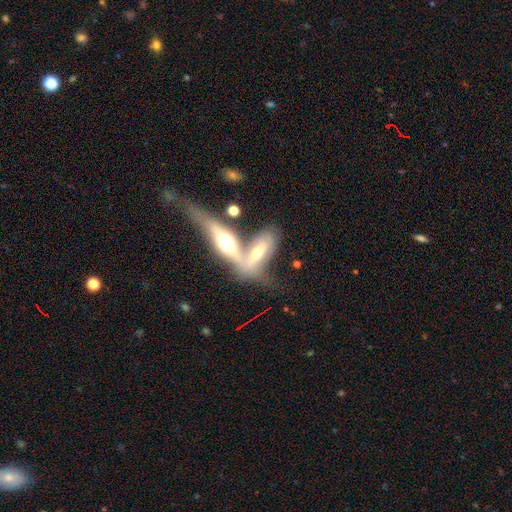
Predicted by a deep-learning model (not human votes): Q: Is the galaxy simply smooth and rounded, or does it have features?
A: featured or disk — 62%.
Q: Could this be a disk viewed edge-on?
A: yes — 70%.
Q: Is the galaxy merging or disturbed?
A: merger — 68%.